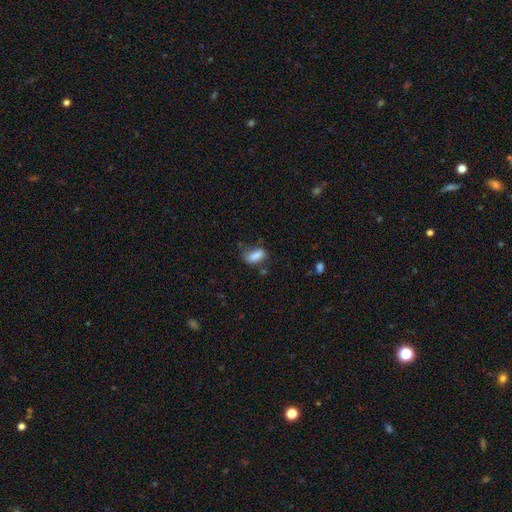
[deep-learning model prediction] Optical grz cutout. It shows a smooth galaxy with no disk features (82%) that is in between round and cigar-shaped (75%). Merging: none (58%).